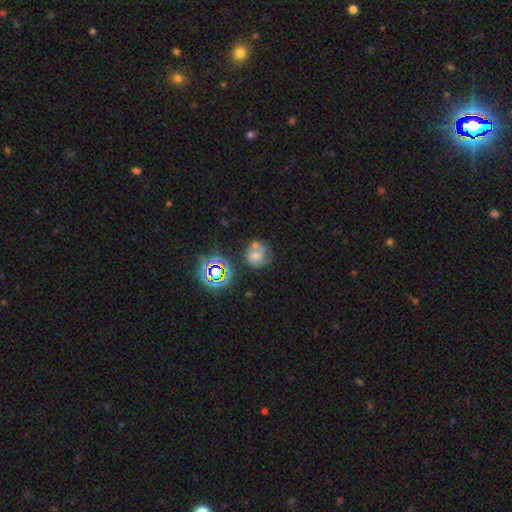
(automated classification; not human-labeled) Smooth or featured?
  - smooth: 37% *
  - featured or disk: 36%
  - star or artifact: 27%
Merging?
  - none: 48% *
  - merger: 23%
  - minor disturbance: 18%
  - major disturbance: 12%